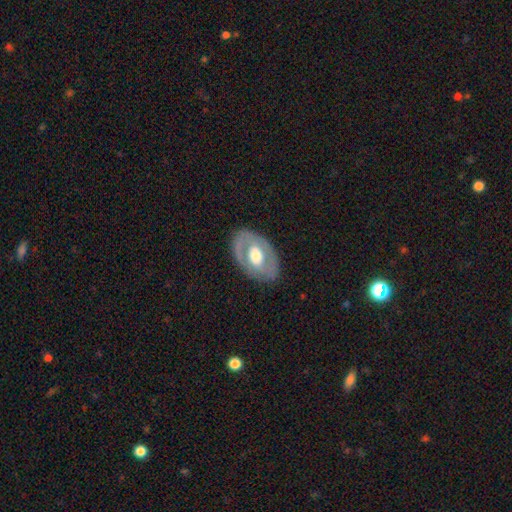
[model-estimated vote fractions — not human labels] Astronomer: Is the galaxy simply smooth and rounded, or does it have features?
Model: featured or disk — 60%.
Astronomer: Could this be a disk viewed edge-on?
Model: no — 91%.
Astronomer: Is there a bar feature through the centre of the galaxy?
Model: no — 66%.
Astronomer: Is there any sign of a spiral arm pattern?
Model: no — 72%.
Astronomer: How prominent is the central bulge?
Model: moderate — 53% (runner-up: large, 37%).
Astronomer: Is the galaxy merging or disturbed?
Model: none — 81%.